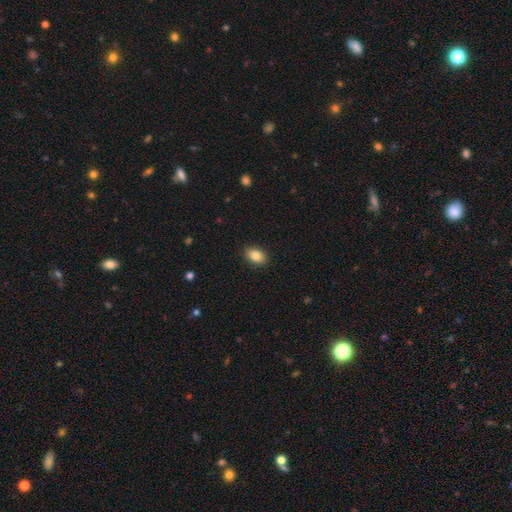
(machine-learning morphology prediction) type=smooth (85%); roundness=in between (86%); merging=none (90%).